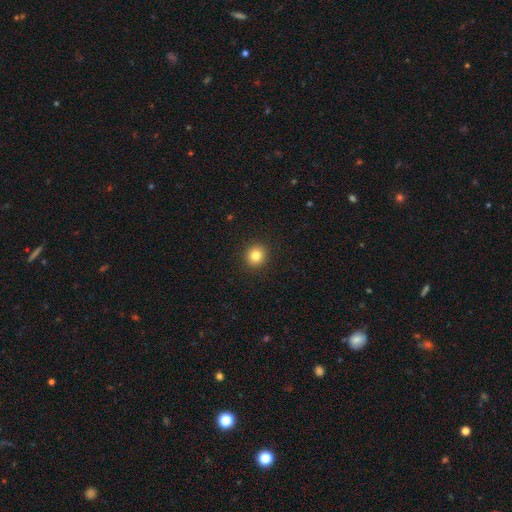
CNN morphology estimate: This appears to be a smooth galaxy with no disk features (82%) that is round (90%). Merging: none (92%).